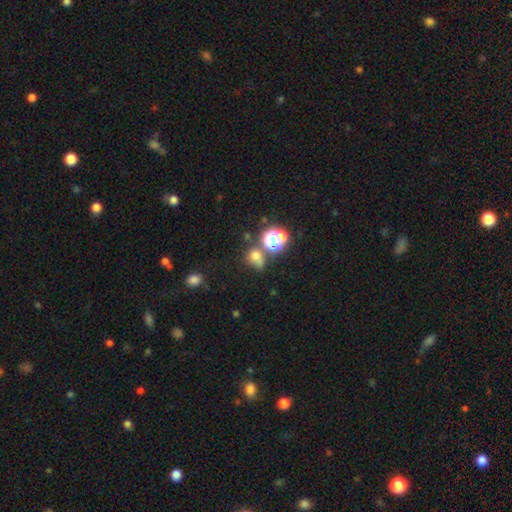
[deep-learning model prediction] Q: Smooth or featured?
A: smooth (60%); runner-up: star or artifact (30%)
Q: How rounded?
A: round (70%); runner-up: in between (28%)
Q: Merging?
A: none (53%); runner-up: merger (21%)